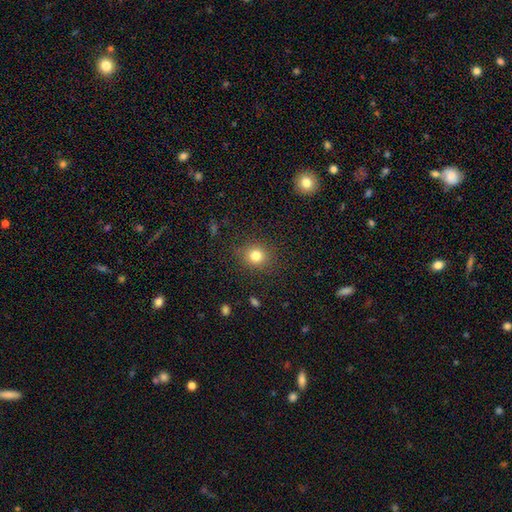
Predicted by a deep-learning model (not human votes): This appears to be a smooth galaxy with no disk features (80%) that is round (84%). Merging: none (88%).